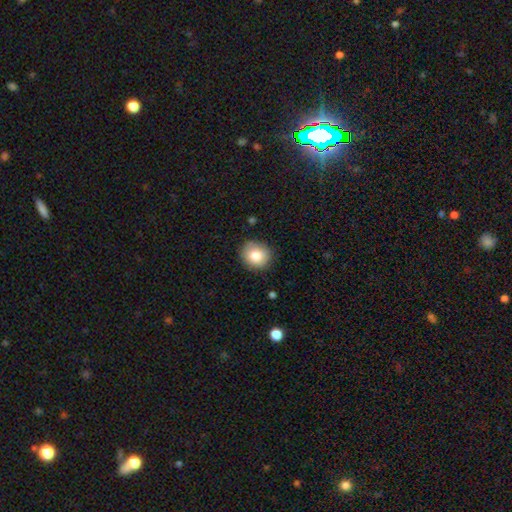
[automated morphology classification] smooth_or_featured: smooth (p=0.82) [alt: featured or disk p=0.09]
how_rounded: round (p=0.85) [alt: in between p=0.14]
merging: none (p=0.86) [alt: minor disturbance p=0.11]